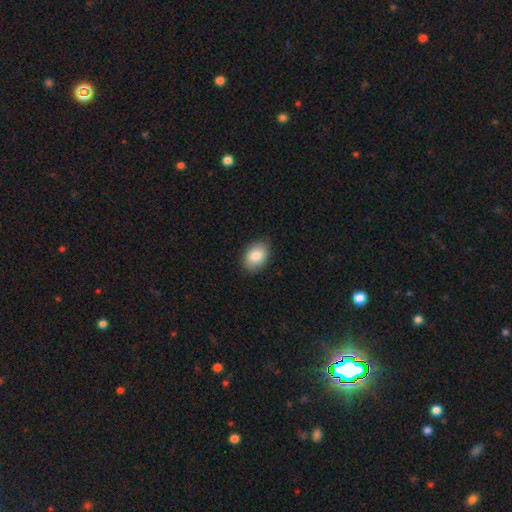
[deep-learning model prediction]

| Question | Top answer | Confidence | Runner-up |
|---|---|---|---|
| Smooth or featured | smooth | 86% | featured or disk (7%) |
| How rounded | in between | 81% | round (18%) |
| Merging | none | 85% | minor disturbance (11%) |